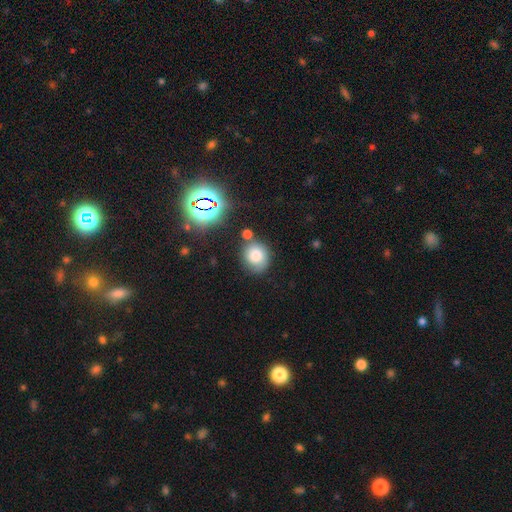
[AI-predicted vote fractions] smooth-or-featured: smooth: 72% | star or artifact: 14% | featured or disk: 14%
  how-rounded: round: 78% | in between: 21% | cigar-shaped: 1%
  merging: none: 68% | minor disturbance: 17% | merger: 10% | major disturbance: 5%